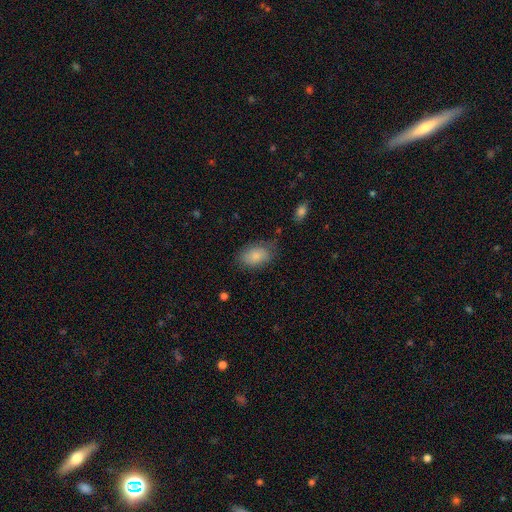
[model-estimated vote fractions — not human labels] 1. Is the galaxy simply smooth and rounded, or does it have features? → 85% smooth, 8% featured or disk, 7% star or artifact.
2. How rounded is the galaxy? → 88% in between, 10% round, 1% cigar-shaped.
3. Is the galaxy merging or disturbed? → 72% none, 20% minor disturbance, 6% major disturbance, 2% merger.